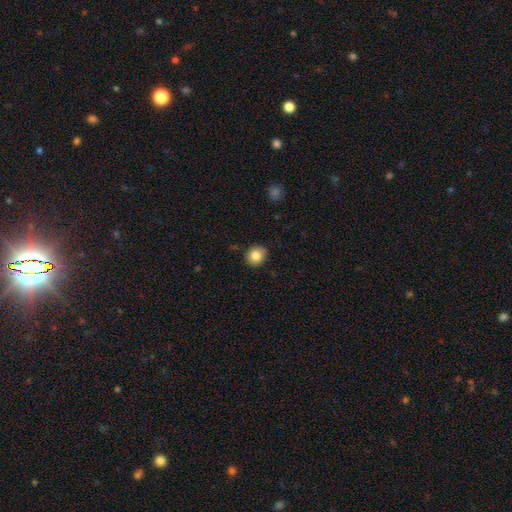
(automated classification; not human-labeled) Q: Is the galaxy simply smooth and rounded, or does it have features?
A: smooth — 84%.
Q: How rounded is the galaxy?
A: round — 81%.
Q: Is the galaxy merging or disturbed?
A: none — 88%.